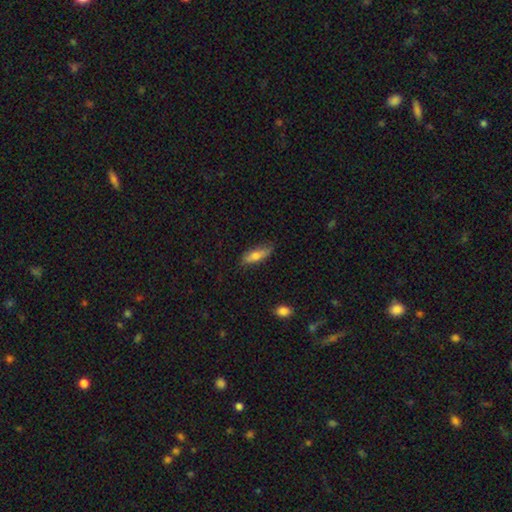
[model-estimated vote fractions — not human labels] This is likely a smooth galaxy (72%). How rounded: possibly in between (52%). Merging: likely none (78%).